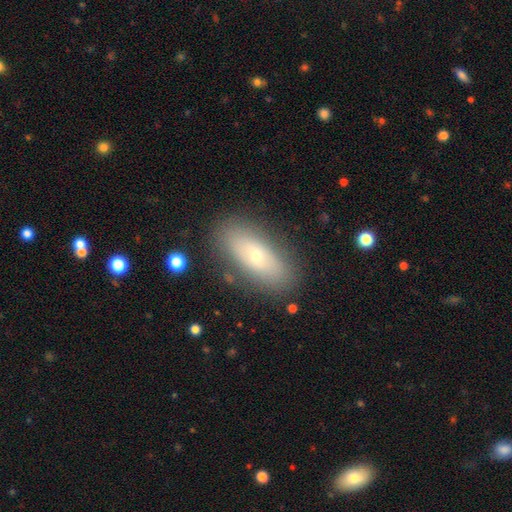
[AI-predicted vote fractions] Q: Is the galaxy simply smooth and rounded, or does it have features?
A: smooth — 59%.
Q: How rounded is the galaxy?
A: in between — 79%.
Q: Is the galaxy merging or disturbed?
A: none — 83%.